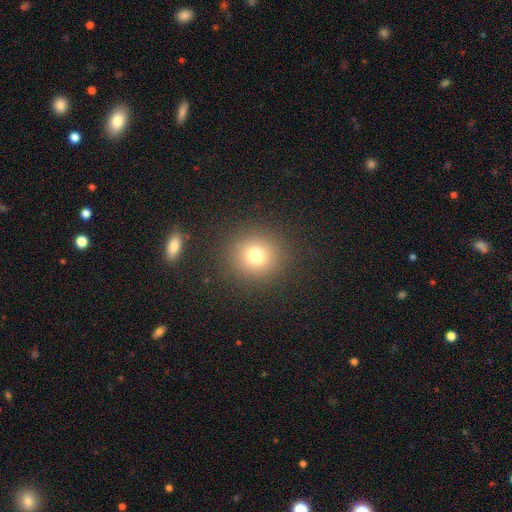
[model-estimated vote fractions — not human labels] Q: Smooth or featured?
A: smooth (74%); runner-up: star or artifact (17%)
Q: How rounded?
A: round (93%); runner-up: in between (6%)
Q: Merging?
A: none (89%); runner-up: minor disturbance (6%)